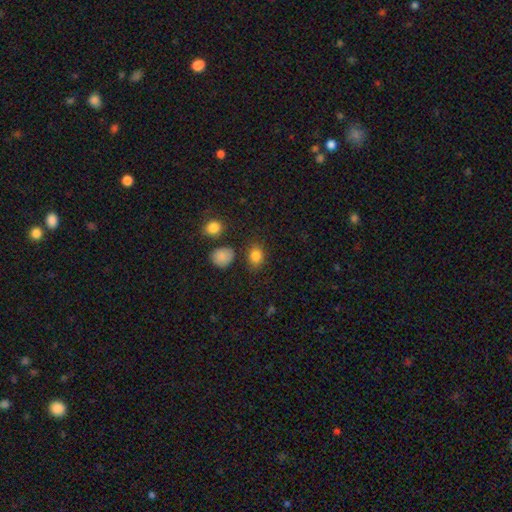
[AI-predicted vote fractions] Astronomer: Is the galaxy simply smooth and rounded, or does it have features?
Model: smooth — 84%.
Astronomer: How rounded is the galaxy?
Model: in between — 54% (runner-up: round, 45%).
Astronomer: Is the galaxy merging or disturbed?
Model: none — 76%.